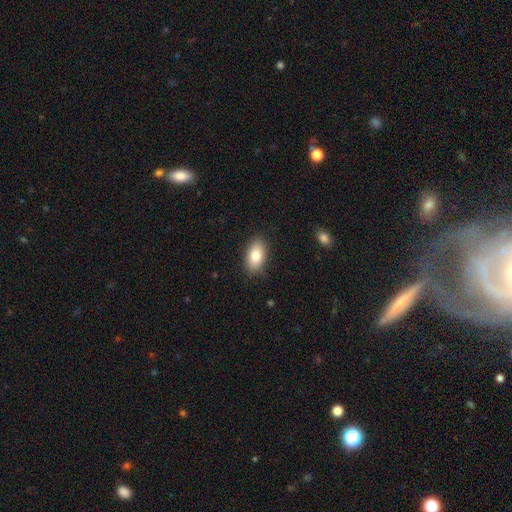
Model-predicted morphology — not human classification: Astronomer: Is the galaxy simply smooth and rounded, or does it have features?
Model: smooth — 81%.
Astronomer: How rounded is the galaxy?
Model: in between — 91%.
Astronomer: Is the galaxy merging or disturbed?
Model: none — 86%.